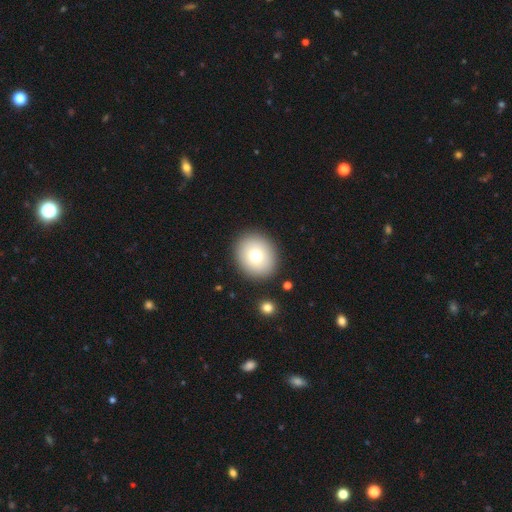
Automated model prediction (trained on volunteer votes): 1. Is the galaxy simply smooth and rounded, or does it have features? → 76% smooth, 14% featured or disk, 10% star or artifact.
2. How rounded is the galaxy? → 74% round, 25% in between, 1% cigar-shaped.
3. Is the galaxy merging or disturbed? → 89% none, 7% minor disturbance, 2% major disturbance, 2% merger.